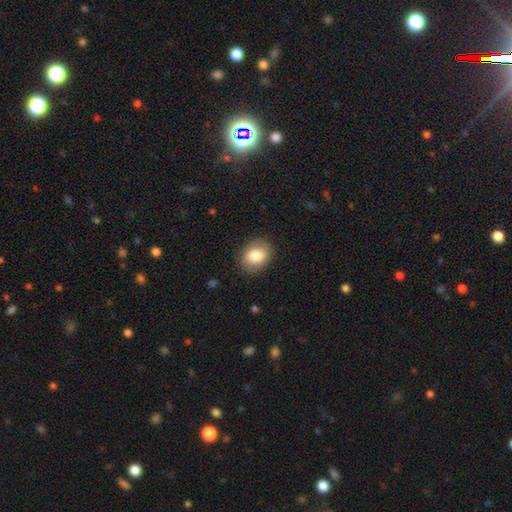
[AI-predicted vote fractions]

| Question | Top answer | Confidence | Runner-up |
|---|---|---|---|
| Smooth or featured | smooth | 82% | featured or disk (10%) |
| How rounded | in between | 55% | round (44%) |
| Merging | none | 87% | minor disturbance (9%) |